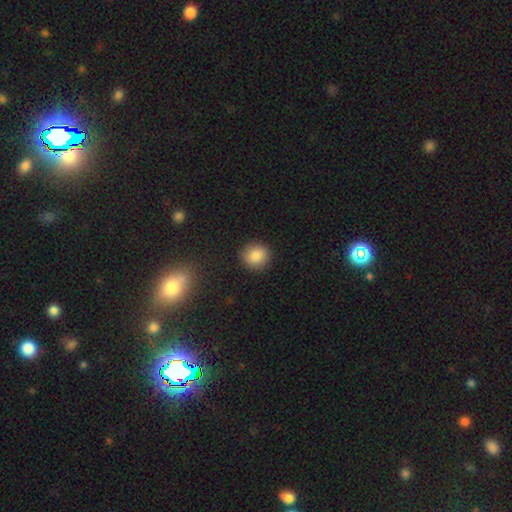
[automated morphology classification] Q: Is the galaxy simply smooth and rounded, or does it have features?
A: smooth — 86%.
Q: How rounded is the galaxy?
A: round — 87%.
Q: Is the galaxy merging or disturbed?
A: none — 90%.